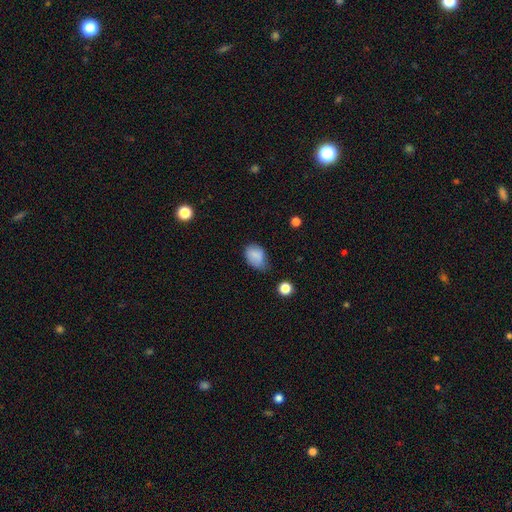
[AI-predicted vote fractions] This is clearly a smooth galaxy (83%). How rounded: likely in between (75%). Merging: possibly none (46%).